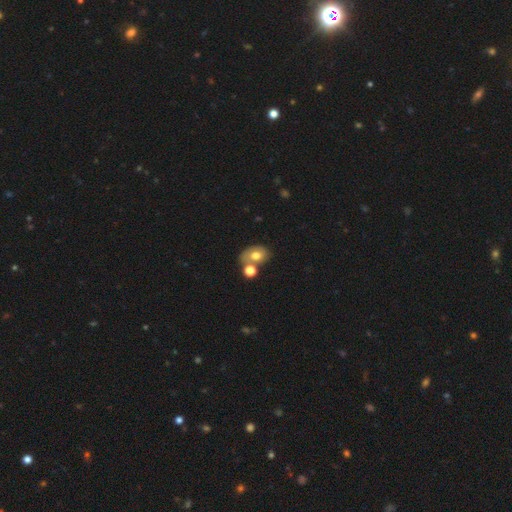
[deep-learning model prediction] This is likely a smooth galaxy (66%). How rounded: likely in between (72%). Merging: possibly none (47%).